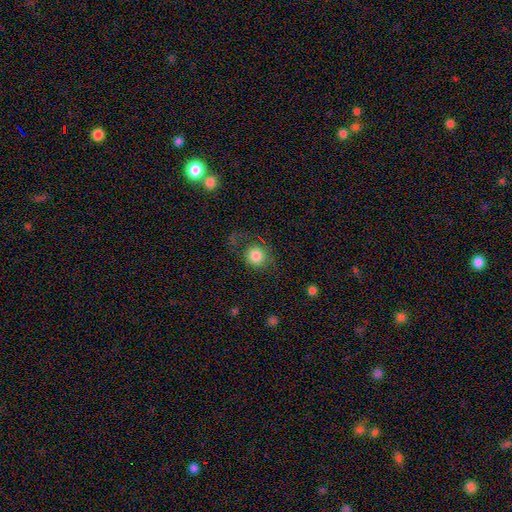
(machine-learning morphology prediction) smooth-or-featured: smooth: 82% | star or artifact: 9% | featured or disk: 9%
  how-rounded: round: 86% | in between: 13% | cigar-shaped: 1%
  merging: none: 67% | minor disturbance: 16% | major disturbance: 15% | merger: 2%